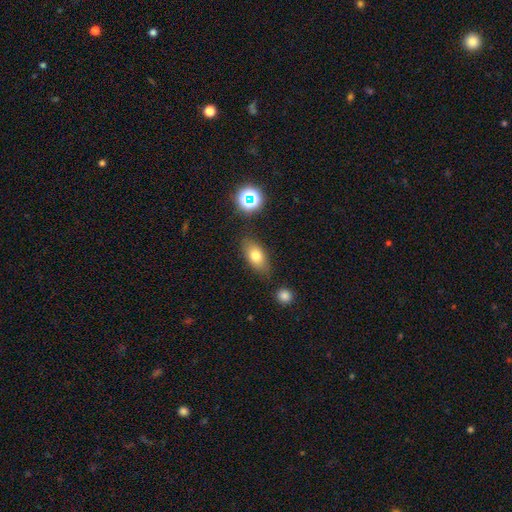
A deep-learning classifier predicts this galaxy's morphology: The model was most divided on "smooth or featured": smooth: 74%, featured or disk: 15%, star or artifact: 11%. More confident: how rounded — in between (84%); merging — none (81%).